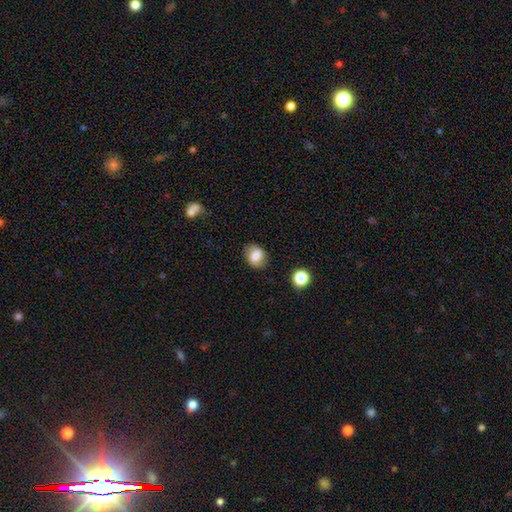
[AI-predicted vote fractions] Q: Smooth or featured?
A: smooth (71%); runner-up: featured or disk (20%)
Q: How rounded?
A: in between (54%); runner-up: round (44%)
Q: Merging?
A: none (82%); runner-up: minor disturbance (13%)